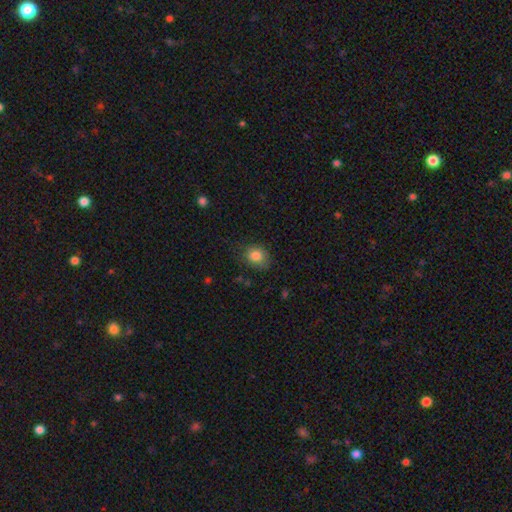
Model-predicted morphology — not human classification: Q: Smooth or featured?
A: smooth (84%); runner-up: star or artifact (10%)
Q: How rounded?
A: round (64%); runner-up: in between (35%)
Q: Merging?
A: none (74%); runner-up: minor disturbance (19%)